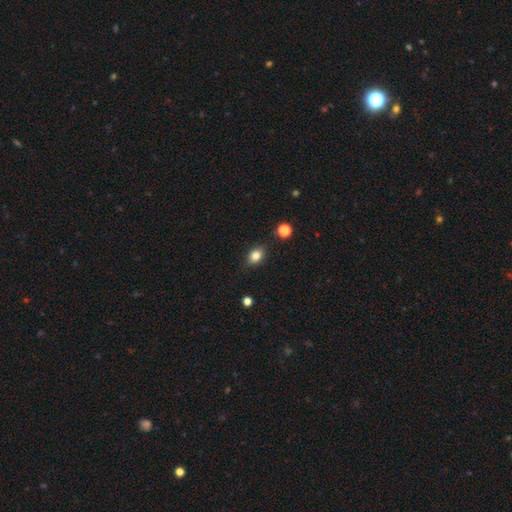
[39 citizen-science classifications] This appears to be a smooth galaxy with no disk features (87%) that is in between round and cigar-shaped (68%). Merging: none (92%).